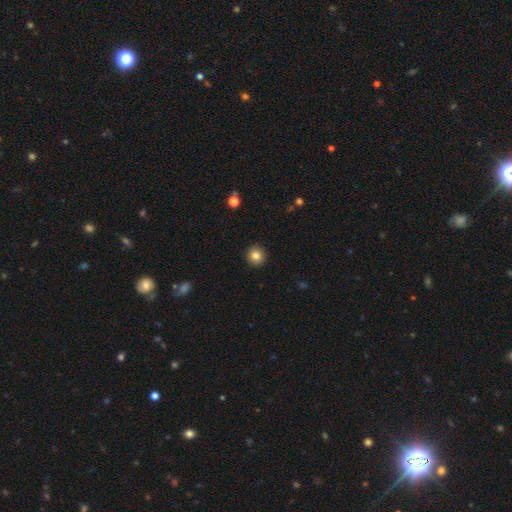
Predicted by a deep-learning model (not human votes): This appears to be a smooth galaxy with no disk features (83%) that is round (92%). Merging: none (93%).